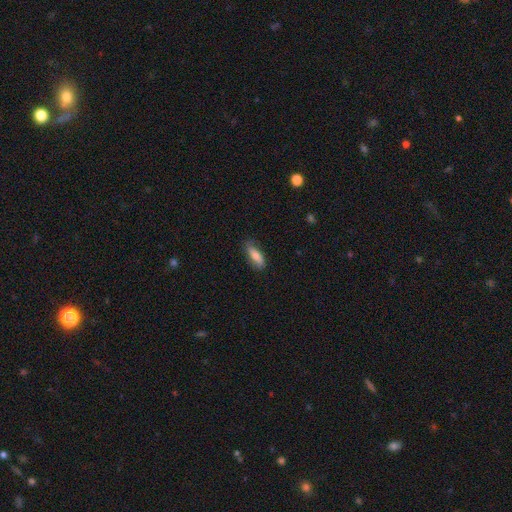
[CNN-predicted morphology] type=smooth (72%); roundness=in between (61%); merging=none (73%).